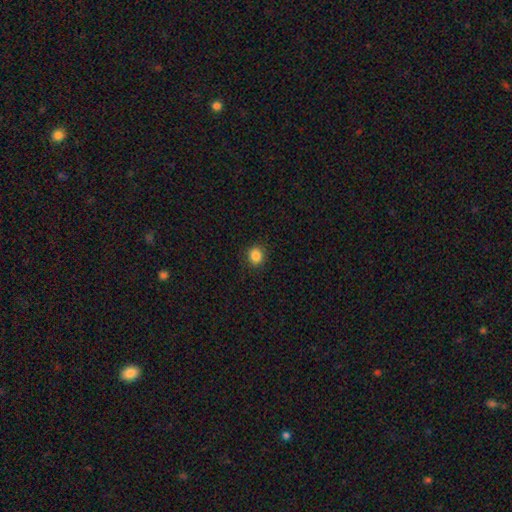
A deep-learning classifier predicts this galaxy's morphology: A smooth galaxy with no disk features (86%) that is round (80%).

Vote fractions:
- Smooth or featured? smooth: 86% / star or artifact: 10% / featured or disk: 4%
- How rounded? round: 80% / in between: 19% / cigar-shaped: 1%
- Merging? none: 89% / minor disturbance: 7% / major disturbance: 2% / merger: 1%